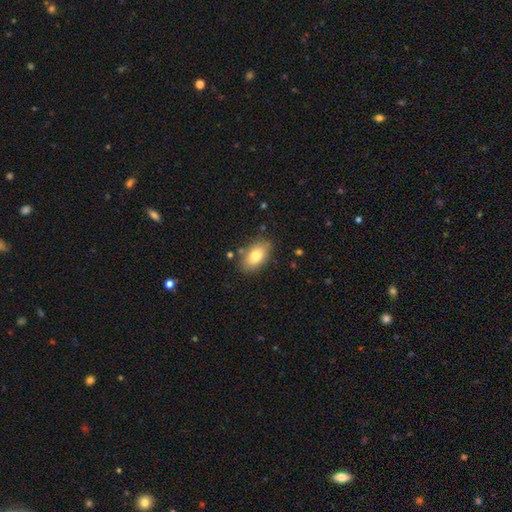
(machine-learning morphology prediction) smooth 79%, featured or disk 13%, star or artifact 7%. Down the decision tree: how rounded — in between (91%); merging — none (81%).